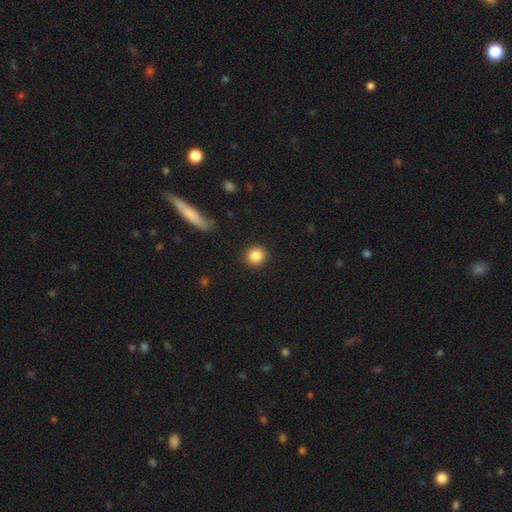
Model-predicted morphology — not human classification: Smooth or featured? smooth (86%)
How rounded? round (91%)
Merging? none (92%)